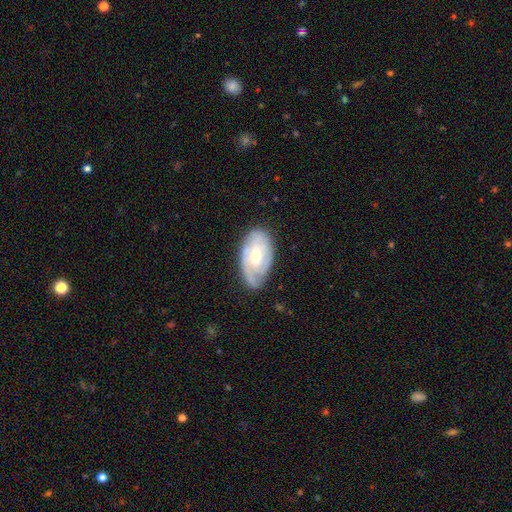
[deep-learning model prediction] A featured or disk galaxy (73%) with no bar (46%), 2 (38%) tight (59%) spiral arms (88%) and a moderate central bulge (49%).

Vote fractions:
- Smooth or featured? featured or disk: 73% / smooth: 22% / star or artifact: 5%
- Edge-on disk? no: 94% / yes: 6%
- Bar? no: 46% / weak: 43% / strong: 11%
- Spiral arms? yes: 88% / no: 12%
- Spiral winding? tight: 59% / medium: 31% / loose: 10%
- Spiral arm count? 2: 38% / can't tell: 32% / 1: 14% / 3: 12% / 4: 3% / more than 4: 2%
- Bulge size? moderate: 49% / small: 46% / large: 2% / none: 1% / dominant: 1%
- Merging? none: 71% / minor disturbance: 22% / major disturbance: 6% / merger: 1%